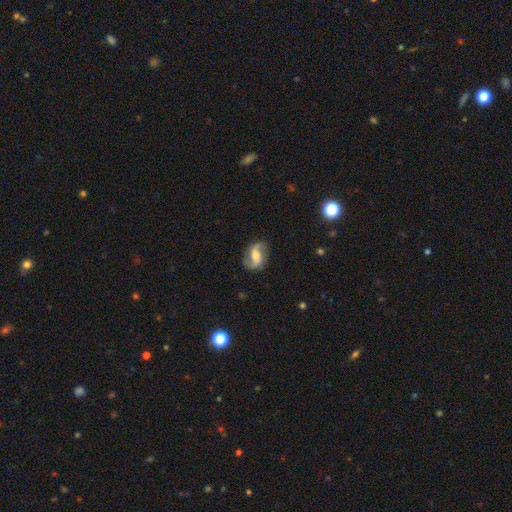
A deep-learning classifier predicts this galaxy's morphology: This appears to be a featured or disk galaxy (84%) with a weak bar (42%), 2 (92%) loose (50%) spiral arms (96%) and a moderate central bulge (57%). Merging: none (80%).